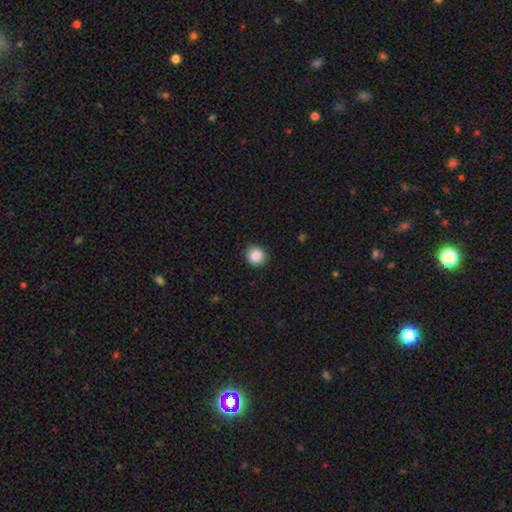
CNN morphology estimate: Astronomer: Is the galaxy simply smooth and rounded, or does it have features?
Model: smooth — 88%.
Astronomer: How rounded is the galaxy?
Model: round — 90%.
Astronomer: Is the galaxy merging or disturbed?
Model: none — 86%.